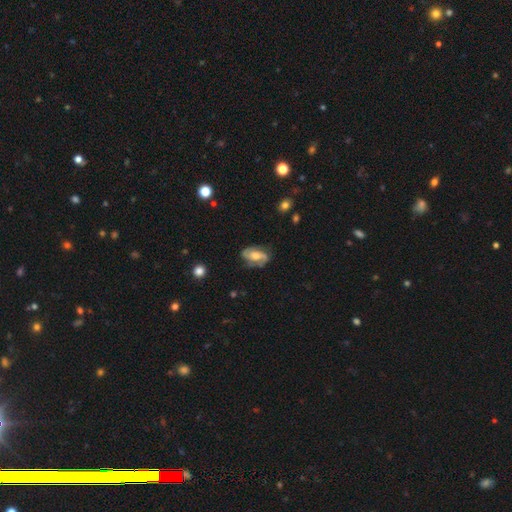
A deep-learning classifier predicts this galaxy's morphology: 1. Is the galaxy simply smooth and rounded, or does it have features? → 71% featured or disk, 23% smooth, 7% star or artifact.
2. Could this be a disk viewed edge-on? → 96% no, 4% yes.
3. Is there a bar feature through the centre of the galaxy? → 47% no, 37% weak, 16% strong.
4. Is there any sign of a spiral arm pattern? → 92% yes, 8% no.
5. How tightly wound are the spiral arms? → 45% medium, 28% loose, 27% tight.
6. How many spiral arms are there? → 83% 2, 7% can't tell, 4% 3, 3% 1, 1% 4, 1% more than 4.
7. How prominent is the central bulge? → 53% moderate, 22% small, 16% large, 6% none, 2% dominant.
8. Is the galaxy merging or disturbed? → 72% none, 20% minor disturbance, 7% major disturbance, 2% merger.